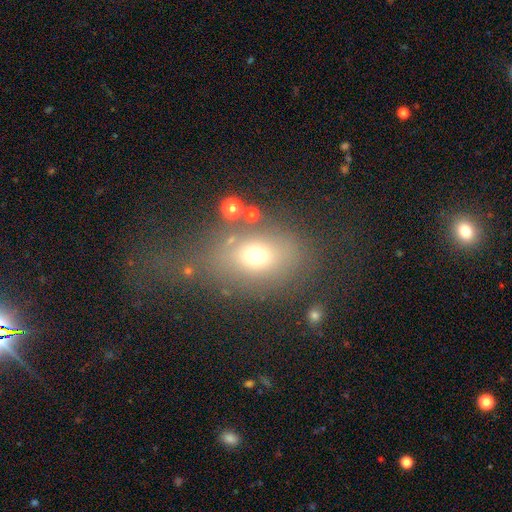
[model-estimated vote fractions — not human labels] Smooth or featured: smooth — 67% (star or artifact — 17%)
How rounded: in between — 65% (round — 33%)
Merging: none — 59% (minor disturbance — 16%)